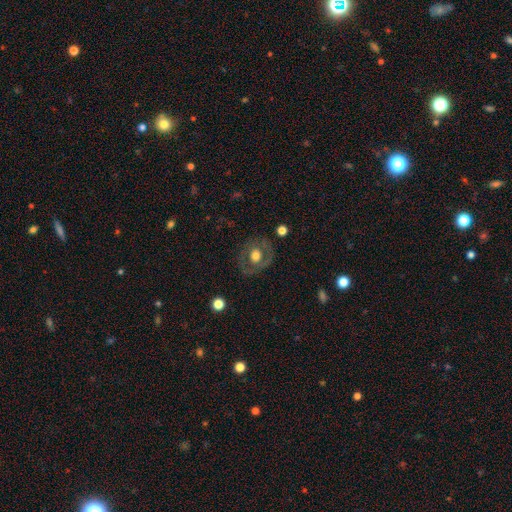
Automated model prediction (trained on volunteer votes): Smooth or featured?
  - featured or disk: 49% *
  - smooth: 44%
  - star or artifact: 7%
Merging?
  - none: 77% *
  - minor disturbance: 14%
  - major disturbance: 7%
  - merger: 2%